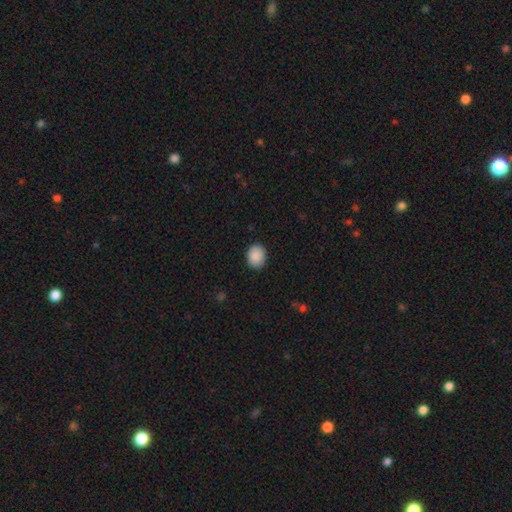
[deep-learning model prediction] Morphology: type=smooth (90%); roundness=in between (51%); merging=none (88%).